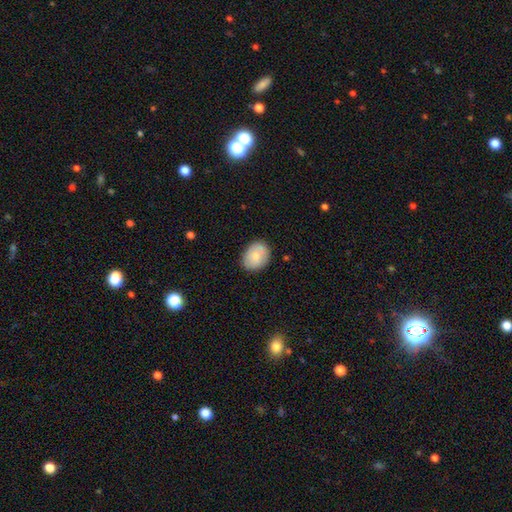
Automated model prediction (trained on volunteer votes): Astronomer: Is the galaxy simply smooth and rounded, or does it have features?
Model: smooth — 77%.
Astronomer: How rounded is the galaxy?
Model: in between — 58% (runner-up: round, 41%).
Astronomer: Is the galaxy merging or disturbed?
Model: none — 84%.